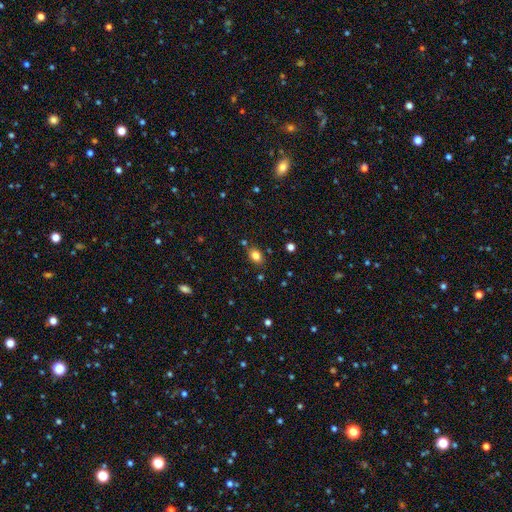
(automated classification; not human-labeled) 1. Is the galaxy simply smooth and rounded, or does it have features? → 82% smooth, 11% star or artifact, 7% featured or disk.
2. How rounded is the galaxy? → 74% in between, 24% round, 1% cigar-shaped.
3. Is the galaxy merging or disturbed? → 81% none, 12% minor disturbance, 4% merger, 3% major disturbance.